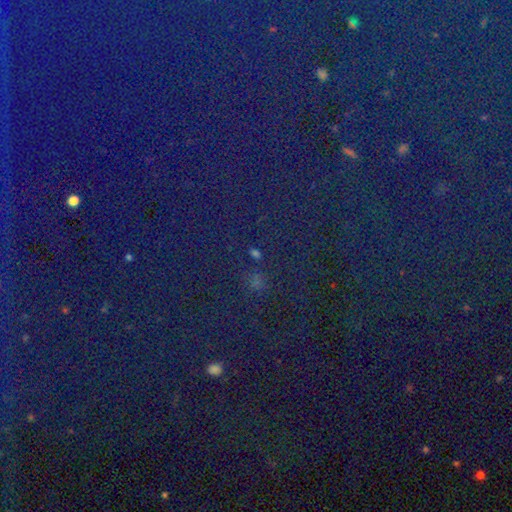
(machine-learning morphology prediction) Smooth or featured?
  - star or artifact: 76% *
  - smooth: 16%
  - featured or disk: 8%